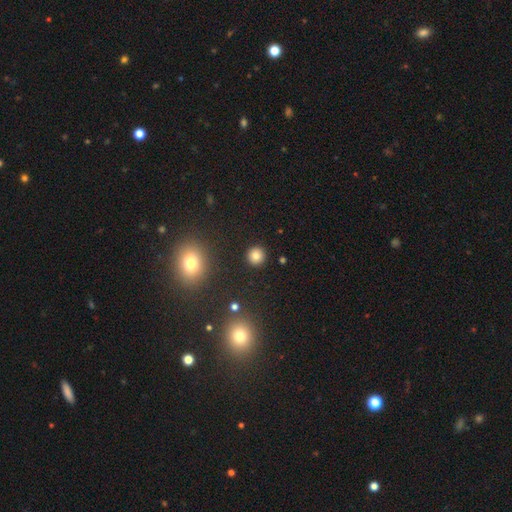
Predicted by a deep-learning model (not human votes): Smooth or featured: smooth — 80% (star or artifact — 13%)
How rounded: round — 93% (in between — 6%)
Merging: none — 92% (minor disturbance — 5%)